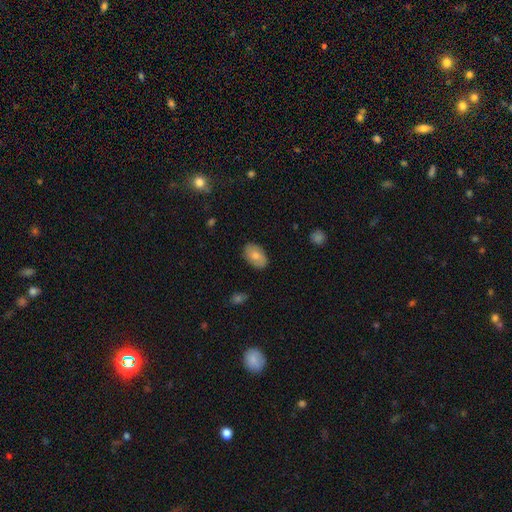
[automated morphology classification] smooth-or-featured: smooth: 74% | featured or disk: 20% | star or artifact: 6%
  how-rounded: in between: 91% | round: 8% | cigar-shaped: 1%
  merging: none: 83% | minor disturbance: 13% | major disturbance: 3% | merger: 1%